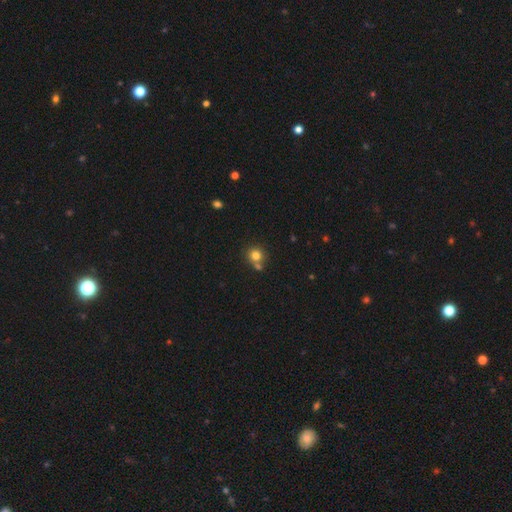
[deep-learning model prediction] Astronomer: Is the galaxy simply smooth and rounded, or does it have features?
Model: smooth — 79%.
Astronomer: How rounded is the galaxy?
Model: round — 89%.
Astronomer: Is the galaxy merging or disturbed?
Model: none — 61%.